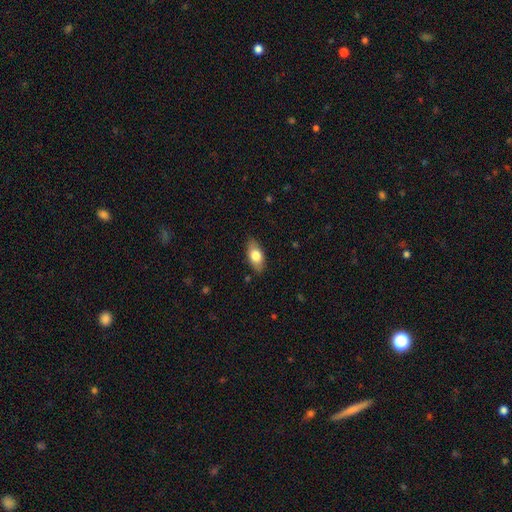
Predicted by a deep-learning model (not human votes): Q: Smooth or featured?
A: smooth (74%); runner-up: featured or disk (20%)
Q: How rounded?
A: in between (89%); runner-up: cigar-shaped (7%)
Q: Merging?
A: none (84%); runner-up: minor disturbance (12%)